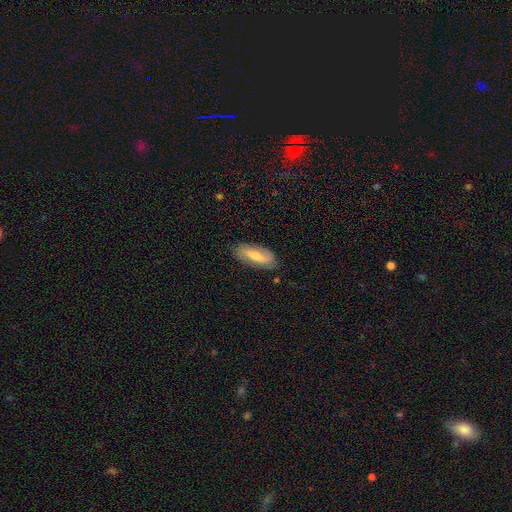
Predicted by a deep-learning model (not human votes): This appears to be a featured or disk galaxy (56%). Merging: none (81%).